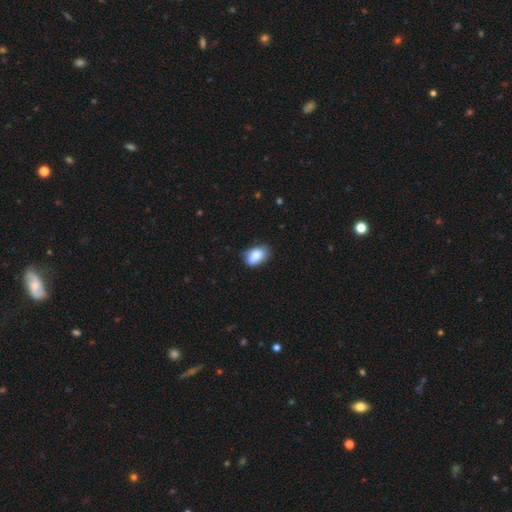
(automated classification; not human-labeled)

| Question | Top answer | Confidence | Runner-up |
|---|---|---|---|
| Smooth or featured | smooth | 85% | featured or disk (8%) |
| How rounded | in between | 89% | round (9%) |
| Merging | none | 66% | minor disturbance (28%) |